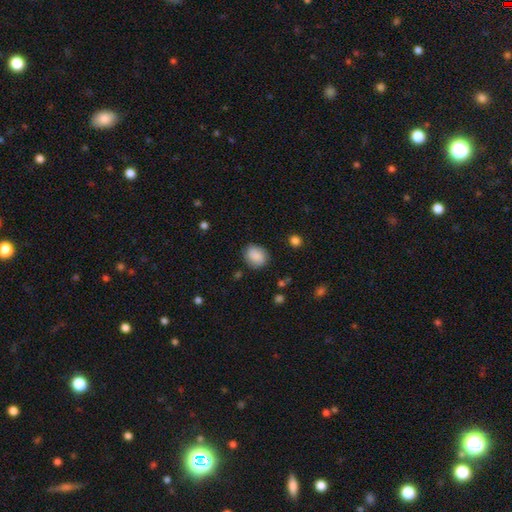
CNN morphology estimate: A smooth galaxy with no disk features (82%) that is round (62%). Merging: none (78%).